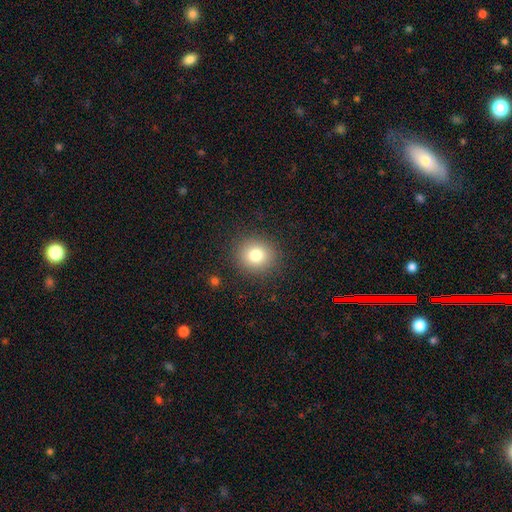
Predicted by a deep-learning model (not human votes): Smooth or featured?
  - smooth: 78% *
  - star or artifact: 14%
  - featured or disk: 8%
How rounded?
  - round: 89% *
  - in between: 10%
  - cigar-shaped: 1%
Merging?
  - none: 91% *
  - minor disturbance: 5%
  - major disturbance: 2%
  - merger: 1%